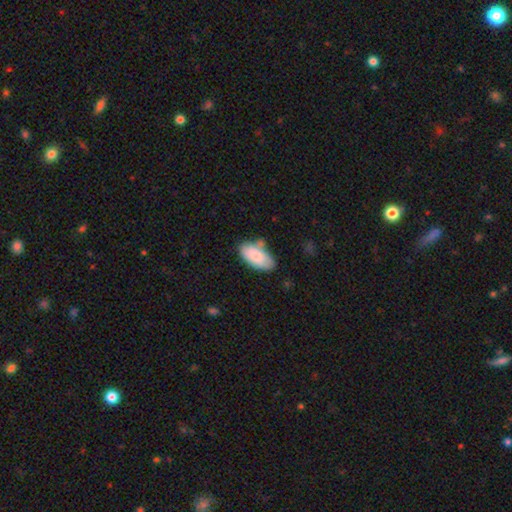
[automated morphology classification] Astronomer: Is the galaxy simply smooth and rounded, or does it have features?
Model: smooth — 84%.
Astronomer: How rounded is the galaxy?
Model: in between — 93%.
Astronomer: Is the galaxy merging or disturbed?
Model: none — 59%.